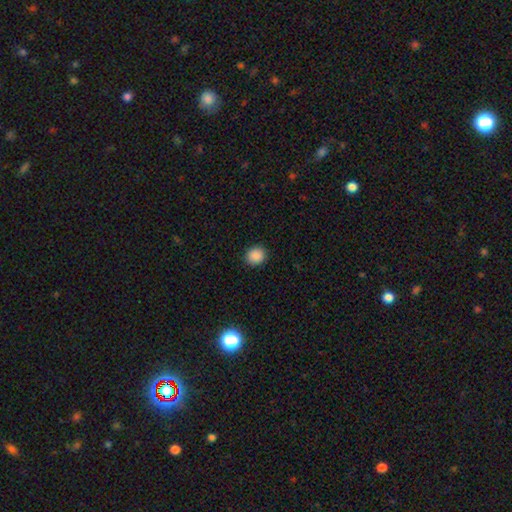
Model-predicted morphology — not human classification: Smooth or featured?
  - smooth: 88% *
  - star or artifact: 9%
  - featured or disk: 3%
How rounded?
  - round: 88% *
  - in between: 11%
  - cigar-shaped: 1%
Merging?
  - none: 91% *
  - minor disturbance: 6%
  - major disturbance: 2%
  - merger: 1%